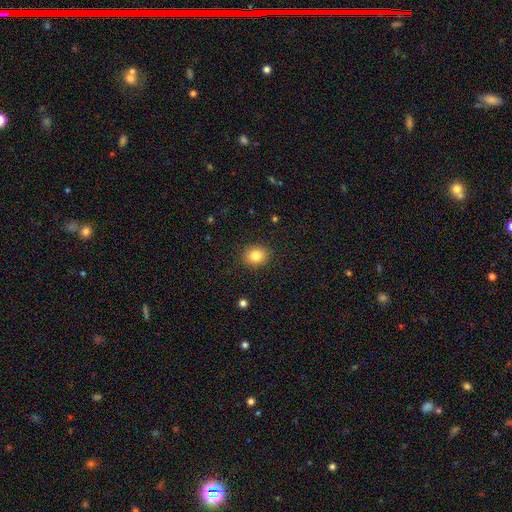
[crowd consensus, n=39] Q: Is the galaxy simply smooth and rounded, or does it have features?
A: smooth — 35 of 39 (90%).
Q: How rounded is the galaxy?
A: round — 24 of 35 (69%).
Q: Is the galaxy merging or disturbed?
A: none — 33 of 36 (92%).